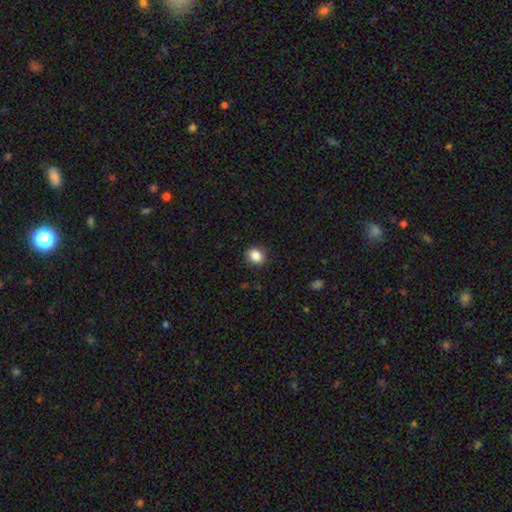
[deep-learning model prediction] smooth_or_featured: smooth (p=0.86) [alt: star or artifact p=0.09]
how_rounded: round (p=0.57) [alt: in between p=0.42]
merging: none (p=0.89) [alt: minor disturbance p=0.08]